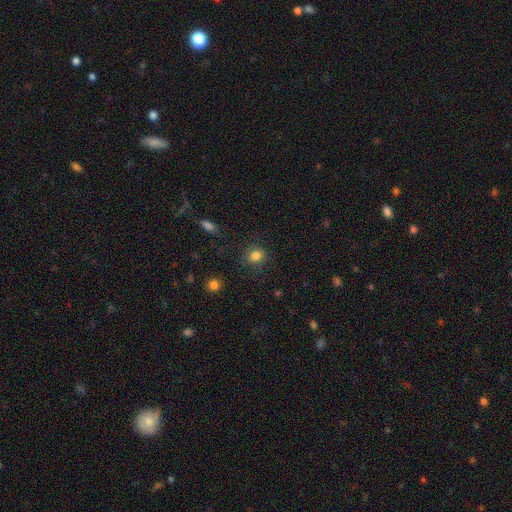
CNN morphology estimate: Smooth or featured: smooth — 82% (star or artifact — 12%)
How rounded: round — 82% (in between — 17%)
Merging: none — 84% (minor disturbance — 10%)